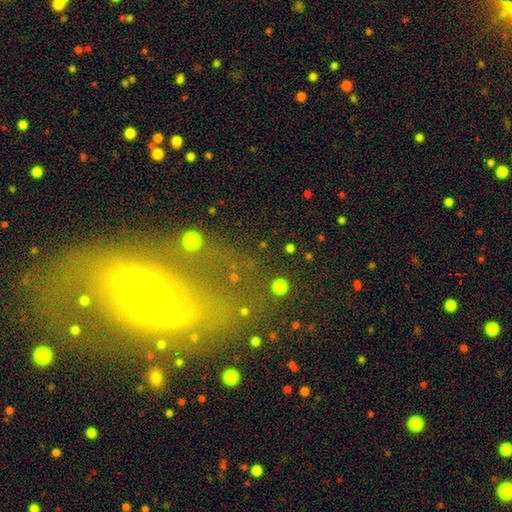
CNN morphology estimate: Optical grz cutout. It shows a featured or disk galaxy (70%) with no bar (66%), 2 (76%) medium (43%) spiral arms (82%) and a small central bulge (76%). Merging: none (67%).